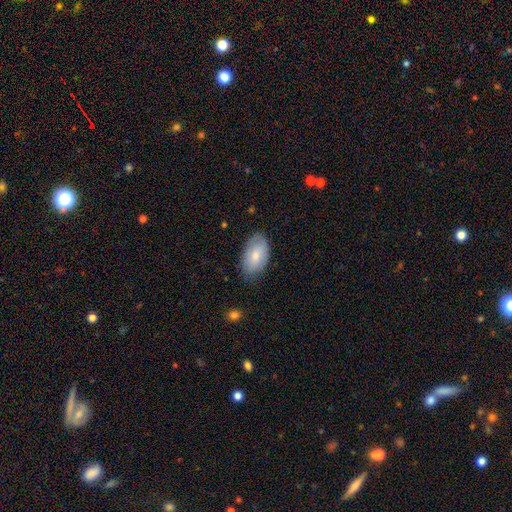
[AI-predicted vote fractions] Overall: smooth (75%). How rounded: in between (94%). Merging: none (75%).